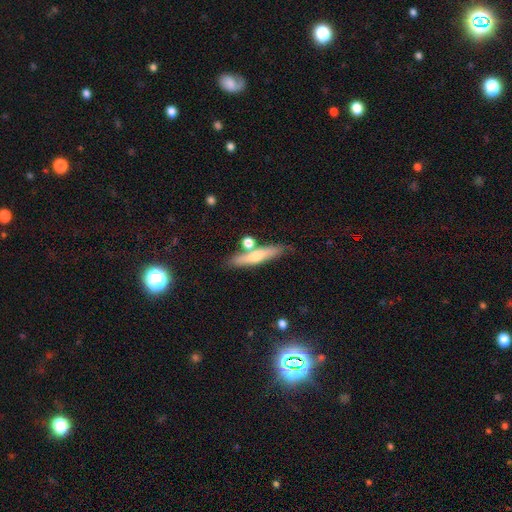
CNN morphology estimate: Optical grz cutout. It shows a smooth galaxy with no disk features (57%) that is cigar-shaped (84%). Merging: none (70%).